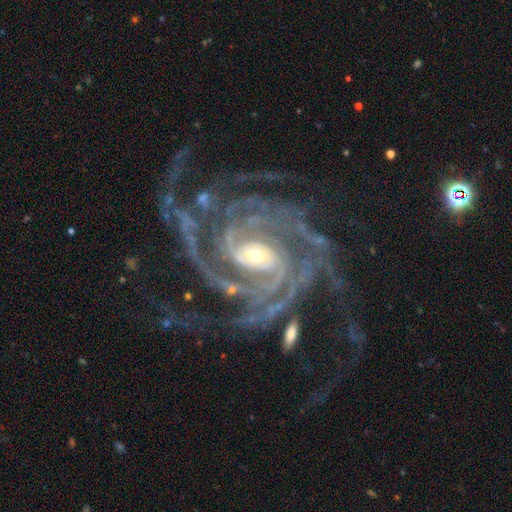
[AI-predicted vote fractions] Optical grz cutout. It shows a featured or disk galaxy (93%) with no bar (40%), 4 (28%) tight (66%) spiral arms (99%) and a small central bulge (64%). Merging: none (61%).